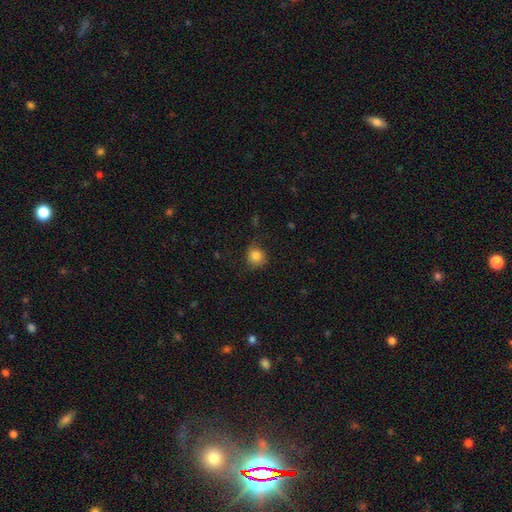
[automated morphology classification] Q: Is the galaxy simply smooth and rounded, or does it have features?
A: smooth — 83%.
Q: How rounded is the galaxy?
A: round — 85%.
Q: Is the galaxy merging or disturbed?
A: none — 70%.